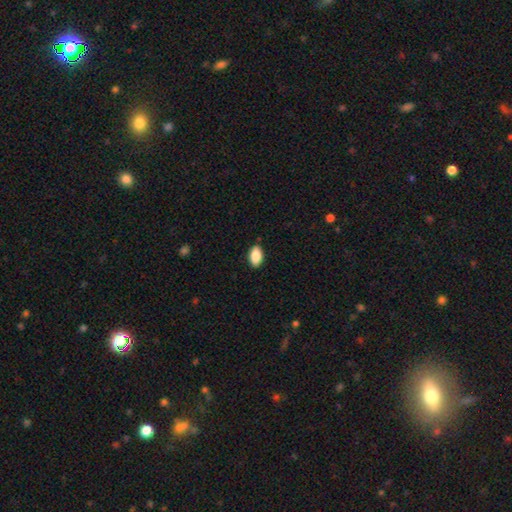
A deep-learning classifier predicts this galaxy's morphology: smooth_or_featured: smooth (p=0.88) [alt: star or artifact p=0.07]
how_rounded: in between (p=0.93) [alt: round p=0.04]
merging: none (p=0.87) [alt: minor disturbance p=0.10]